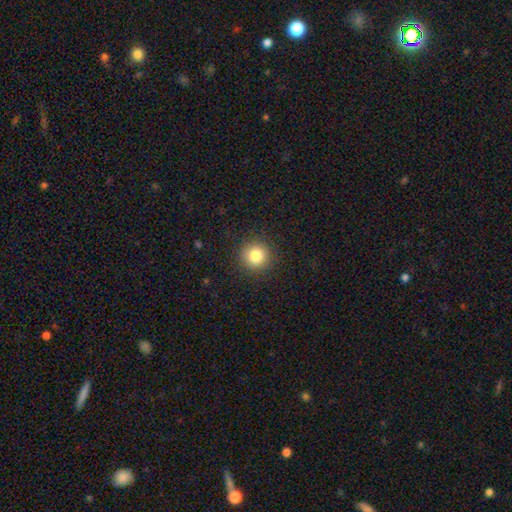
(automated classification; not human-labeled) Smooth or featured? smooth (83%)
How rounded? round (94%)
Merging? none (91%)